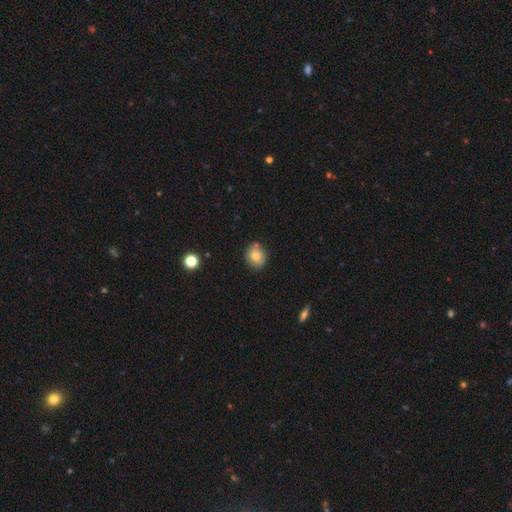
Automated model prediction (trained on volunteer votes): This is likely a smooth galaxy (79%). How rounded: likely round (76%). Merging: likely none (76%).